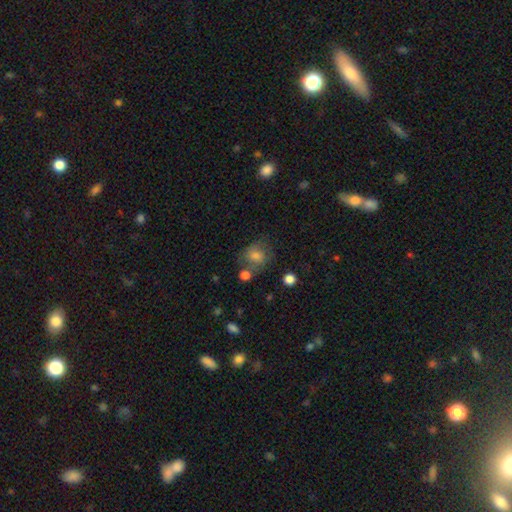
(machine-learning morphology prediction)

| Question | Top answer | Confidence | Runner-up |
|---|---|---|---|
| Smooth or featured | smooth | 72% | featured or disk (16%) |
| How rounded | round | 67% | in between (32%) |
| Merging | none | 60% | minor disturbance (19%) |